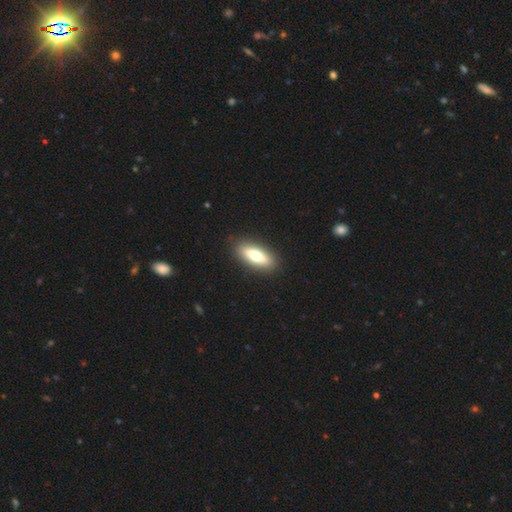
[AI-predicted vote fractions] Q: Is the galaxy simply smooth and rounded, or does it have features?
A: smooth — 70%.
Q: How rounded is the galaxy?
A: in between — 70%.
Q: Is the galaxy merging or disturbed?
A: none — 90%.